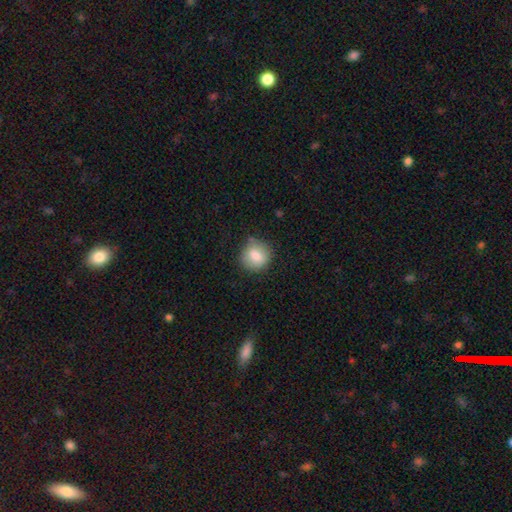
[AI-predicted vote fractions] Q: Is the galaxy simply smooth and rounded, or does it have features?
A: smooth — 83%.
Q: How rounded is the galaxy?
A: round — 86%.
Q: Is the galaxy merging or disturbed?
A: none — 80%.